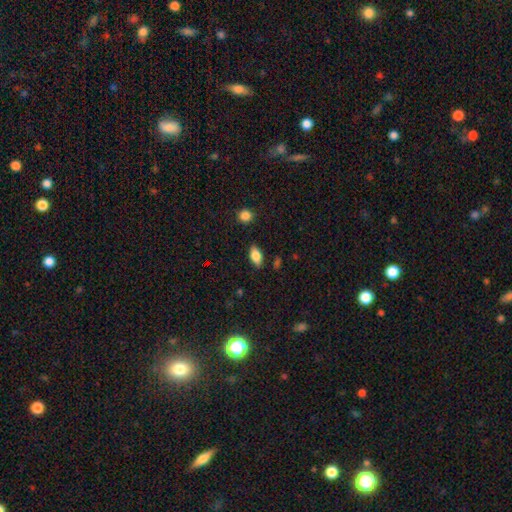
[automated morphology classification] This is clearly a smooth galaxy (81%). How rounded: clearly in between (89%). Merging: clearly none (85%).